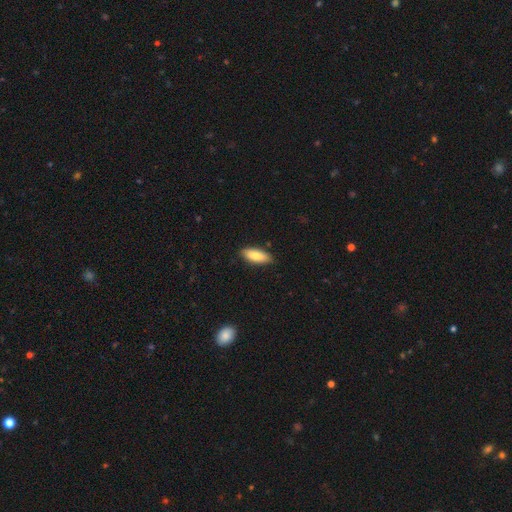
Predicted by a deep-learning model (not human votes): Morphology: type=smooth (84%); roundness=in between (77%); merging=none (85%).